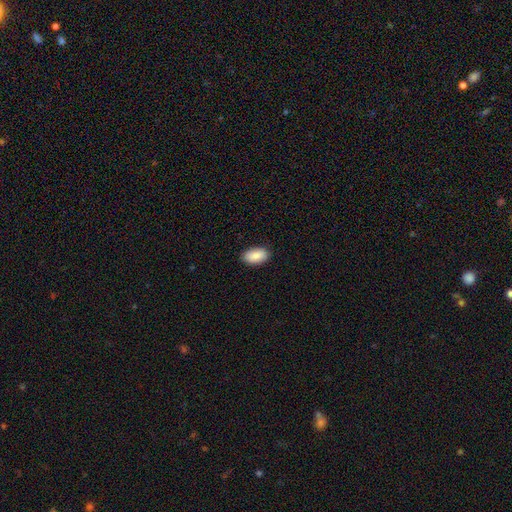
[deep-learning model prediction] smooth-or-featured: smooth: 89% | star or artifact: 6% | featured or disk: 5%
  how-rounded: in between: 95% | round: 3% | cigar-shaped: 2%
  merging: none: 89% | minor disturbance: 8% | major disturbance: 2% | merger: 1%